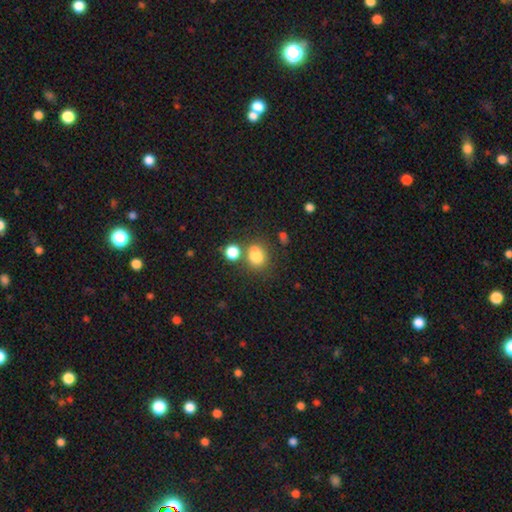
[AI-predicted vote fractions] smooth 81%, star or artifact 12%, featured or disk 7%. Down the decision tree: how rounded — round (60%); merging — none (61%).